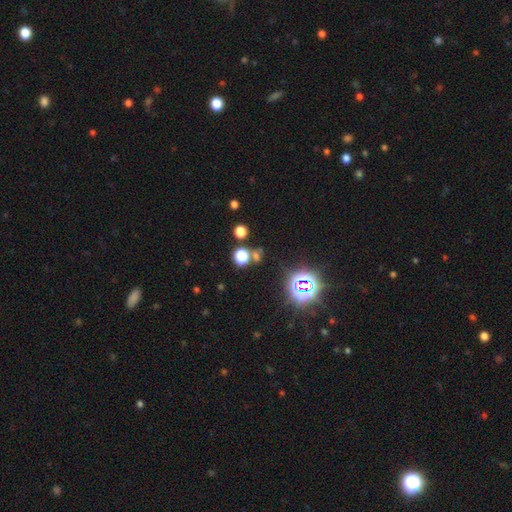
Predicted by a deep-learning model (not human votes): Smooth or featured? star or artifact (46%)